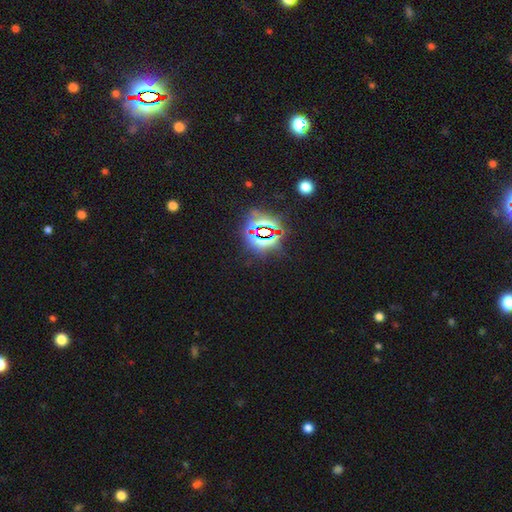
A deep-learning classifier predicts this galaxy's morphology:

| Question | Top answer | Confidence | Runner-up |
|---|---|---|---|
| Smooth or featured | star or artifact | 81% | smooth (11%) |